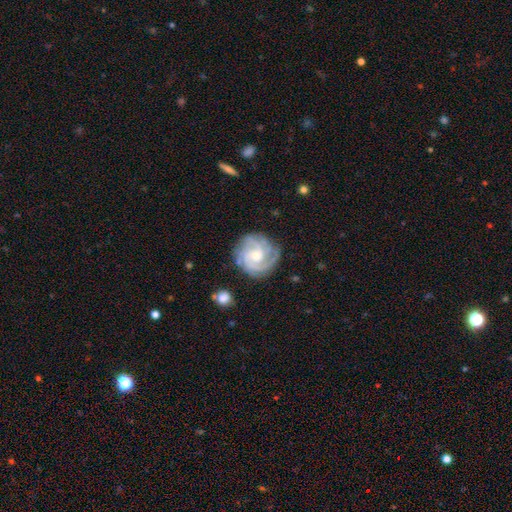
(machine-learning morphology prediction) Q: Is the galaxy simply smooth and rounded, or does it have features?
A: featured or disk — 87%.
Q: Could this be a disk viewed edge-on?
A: no — 98%.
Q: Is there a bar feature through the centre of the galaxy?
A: no — 68%.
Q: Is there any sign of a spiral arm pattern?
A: yes — 97%.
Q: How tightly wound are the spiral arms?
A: tight — 67%.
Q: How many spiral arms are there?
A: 3 — 39%.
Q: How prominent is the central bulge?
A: small — 52%.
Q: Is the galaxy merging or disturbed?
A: none — 78%.